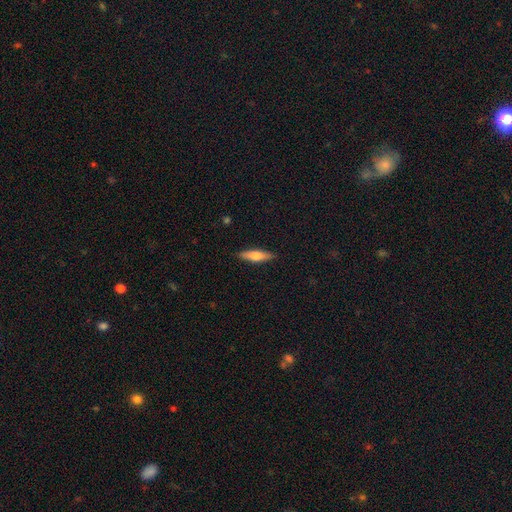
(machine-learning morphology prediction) Smooth or featured? Predicted: smooth (p=0.59). How rounded? Predicted: cigar-shaped (p=0.69). Merging? Predicted: none (p=0.89).